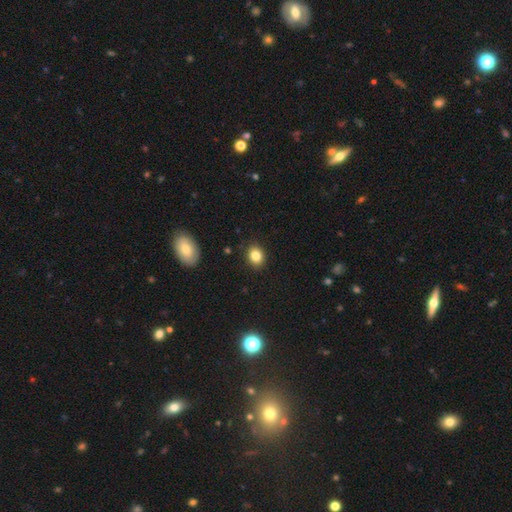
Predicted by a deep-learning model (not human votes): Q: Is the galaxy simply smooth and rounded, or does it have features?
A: smooth — 83%.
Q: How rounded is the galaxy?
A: in between — 51%.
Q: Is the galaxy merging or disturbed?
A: none — 88%.